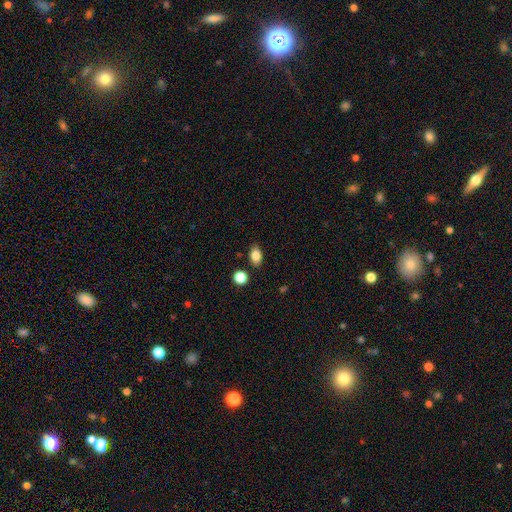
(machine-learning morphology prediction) The model was most divided on "how rounded": in between: 81%, round: 17%, cigar-shaped: 2%. More confident: smooth or featured — smooth (85%); merging — none (82%).